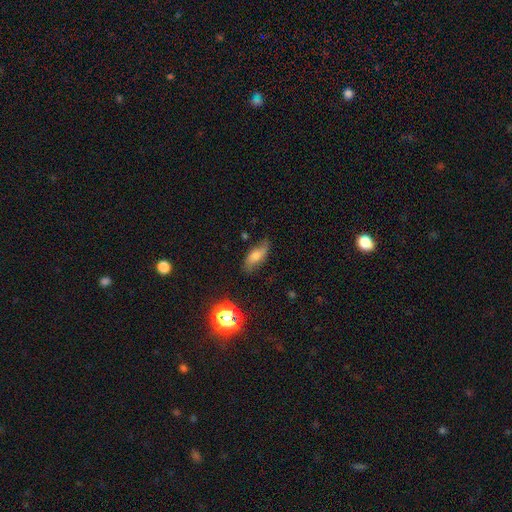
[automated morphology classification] Smooth or featured? Predicted: smooth (p=0.58). How rounded? Predicted: in between (p=0.79). Merging? Predicted: none (p=0.64).